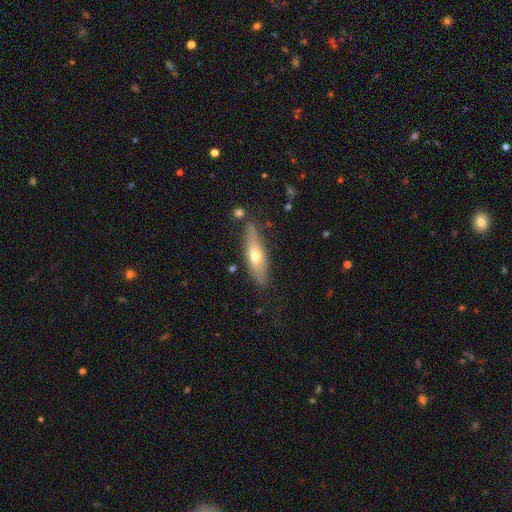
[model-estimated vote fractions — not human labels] This appears to be a smooth galaxy with no disk features (48%). Merging: none (75%).